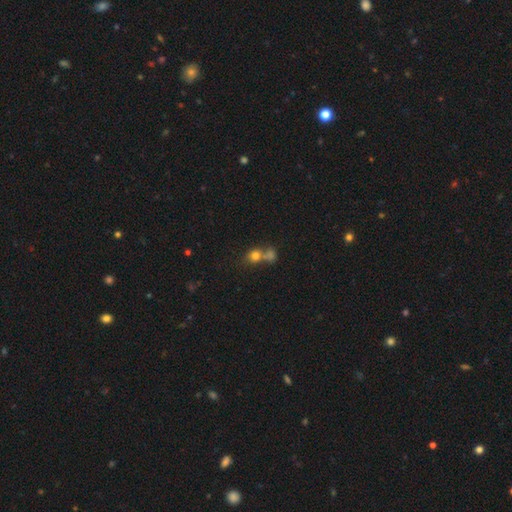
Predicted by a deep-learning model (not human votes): A smooth galaxy with no disk features (75%) that is round (76%).

Vote fractions:
- Smooth or featured? smooth: 75% / star or artifact: 14% / featured or disk: 11%
- How rounded? round: 76% / in between: 22% / cigar-shaped: 2%
- Merging? merger: 52% / none: 36% / minor disturbance: 7% / major disturbance: 4%